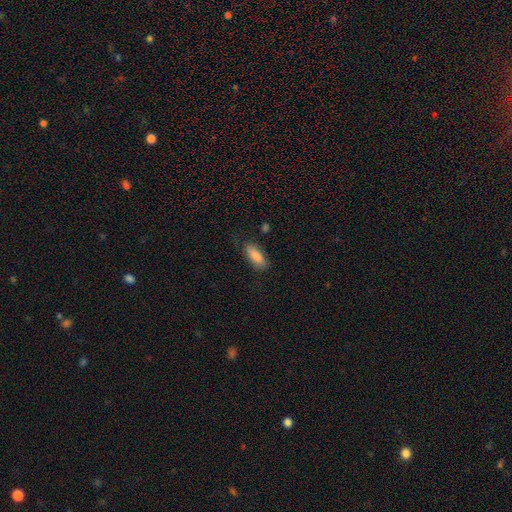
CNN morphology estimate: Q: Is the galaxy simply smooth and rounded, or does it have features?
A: smooth — 86%.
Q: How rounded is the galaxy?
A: in between — 81%.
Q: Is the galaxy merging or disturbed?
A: none — 75%.